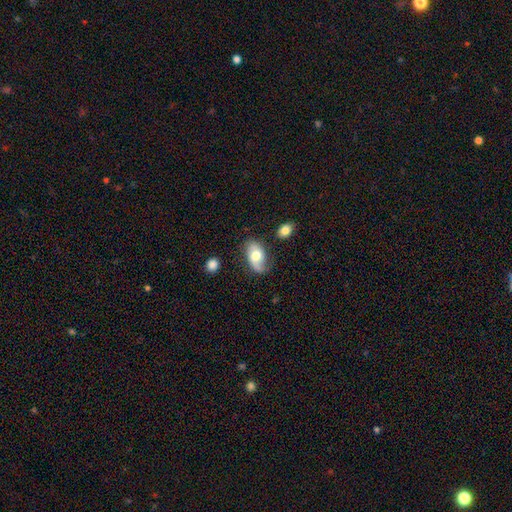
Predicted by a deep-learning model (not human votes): Smooth or featured? smooth (52%)
How rounded? in between (91%)
Merging? none (57%)